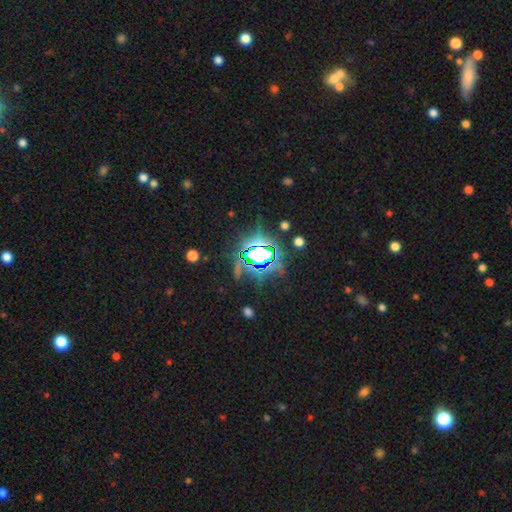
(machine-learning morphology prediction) Q: Smooth or featured?
A: star or artifact (82%); runner-up: smooth (10%)